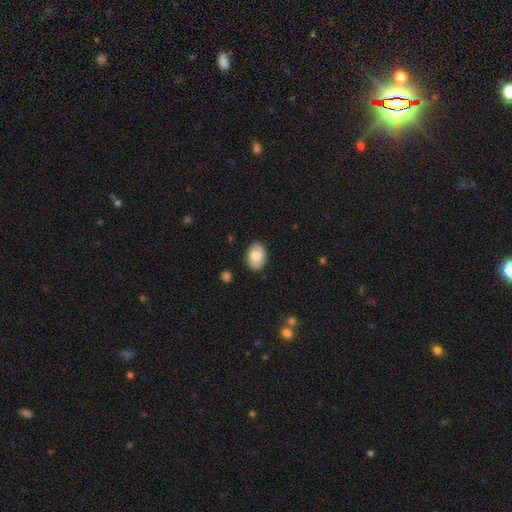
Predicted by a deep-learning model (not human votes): Smooth or featured: smooth — 71% (featured or disk — 22%)
How rounded: in between — 76% (round — 23%)
Merging: none — 86% (minor disturbance — 11%)